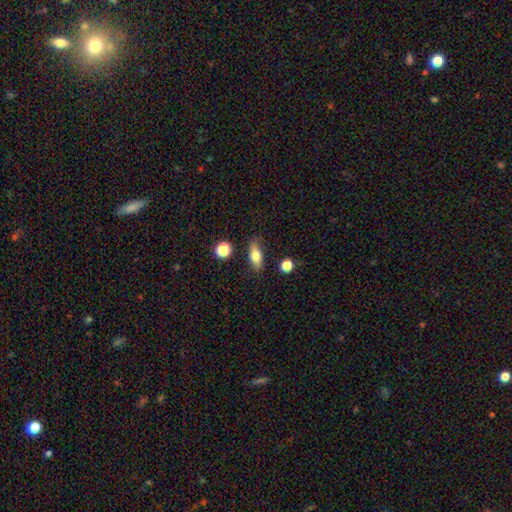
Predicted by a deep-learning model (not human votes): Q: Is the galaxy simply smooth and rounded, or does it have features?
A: smooth — 70%.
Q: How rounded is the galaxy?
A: in between — 71%.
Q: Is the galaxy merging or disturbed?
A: none — 80%.